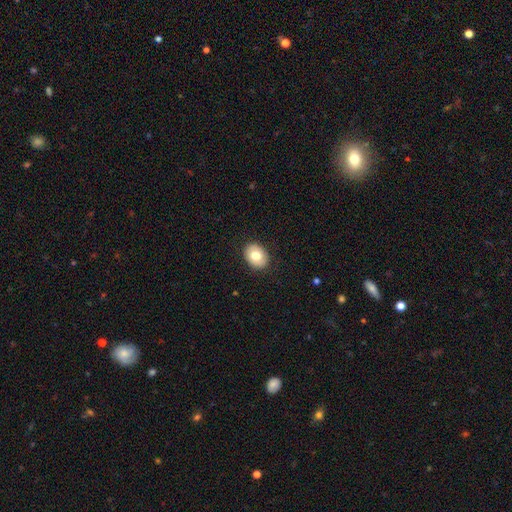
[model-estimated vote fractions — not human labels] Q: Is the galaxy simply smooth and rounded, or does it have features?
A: smooth — 76%.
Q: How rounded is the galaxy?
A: in between — 65%.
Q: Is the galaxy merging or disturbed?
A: none — 89%.